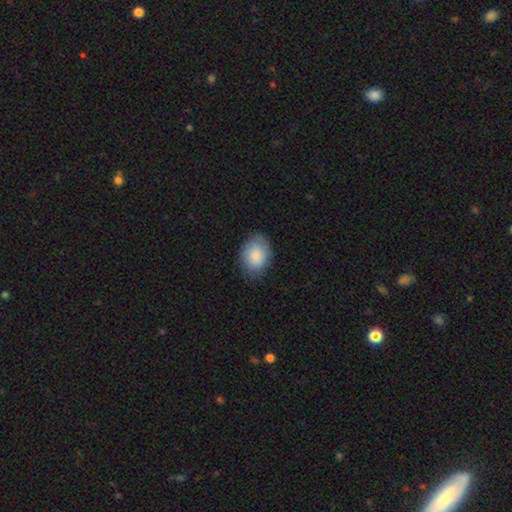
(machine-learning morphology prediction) type=smooth (80%); roundness=in between (73%); merging=none (76%).